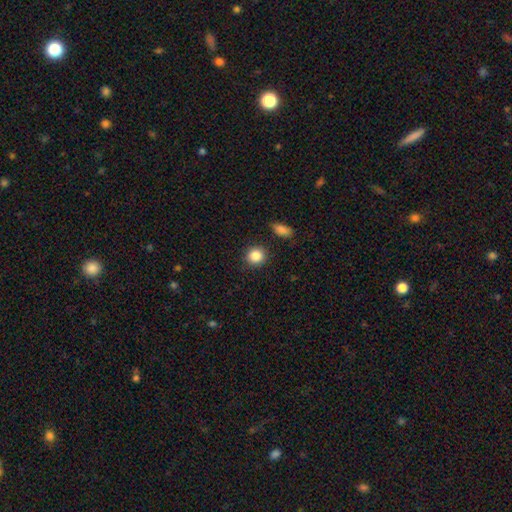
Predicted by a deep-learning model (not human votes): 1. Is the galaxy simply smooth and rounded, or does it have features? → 87% smooth, 9% star or artifact, 4% featured or disk.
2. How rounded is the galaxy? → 88% round, 10% in between, 1% cigar-shaped.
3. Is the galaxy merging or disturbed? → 89% none, 7% minor disturbance, 2% major disturbance, 2% merger.